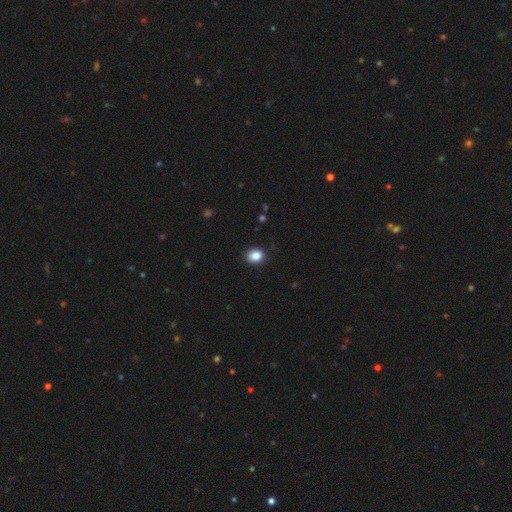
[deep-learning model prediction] smooth 87%, star or artifact 10%, featured or disk 3%. Down the decision tree: how rounded — round (60%); merging — none (89%).